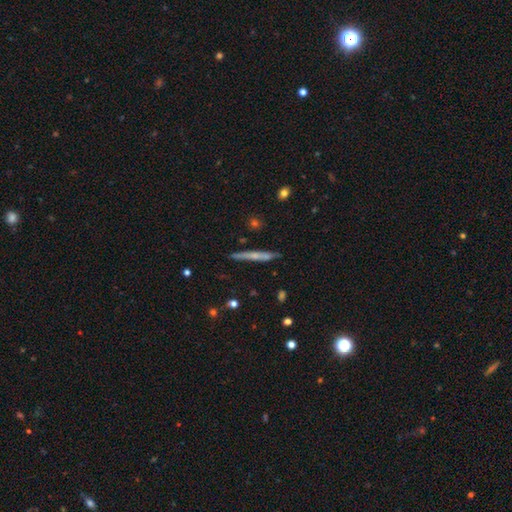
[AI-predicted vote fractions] Morphology: type=featured or disk (51%); edge-on=yes (95%); merging=none (85%).